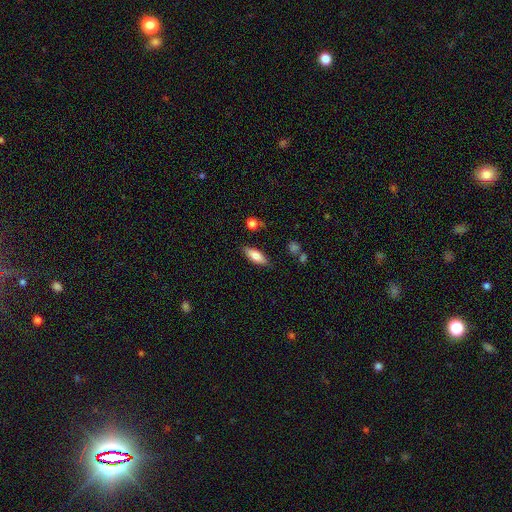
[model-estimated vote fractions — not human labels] Smooth or featured: smooth — 76% (featured or disk — 18%)
How rounded: in between — 69% (cigar-shaped — 29%)
Merging: none — 83% (minor disturbance — 12%)